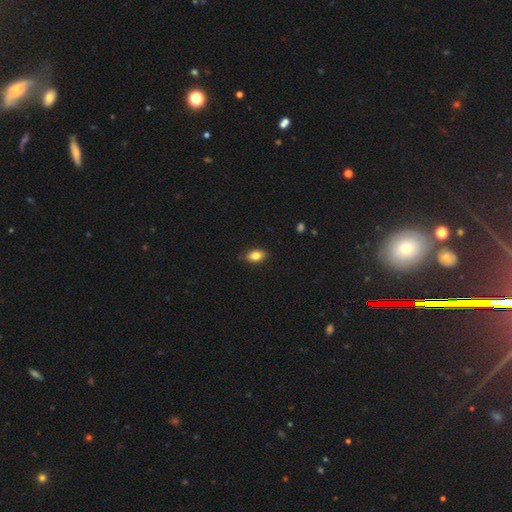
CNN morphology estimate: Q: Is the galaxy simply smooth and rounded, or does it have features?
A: smooth — 83%.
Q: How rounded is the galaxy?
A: in between — 88%.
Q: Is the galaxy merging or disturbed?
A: none — 86%.